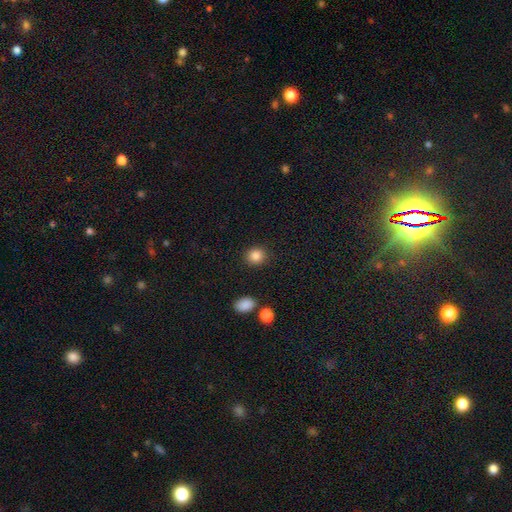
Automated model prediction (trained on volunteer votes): smooth 87%, star or artifact 9%, featured or disk 4%. Down the decision tree: how rounded — round (79%); merging — none (89%).